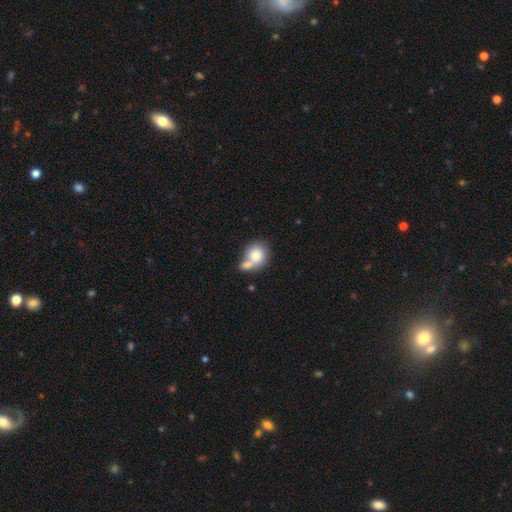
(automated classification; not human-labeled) smooth_or_featured: smooth (p=0.77) [alt: featured or disk p=0.15]
how_rounded: round (p=0.71) [alt: in between p=0.28]
merging: merger (p=0.52) [alt: none p=0.31]